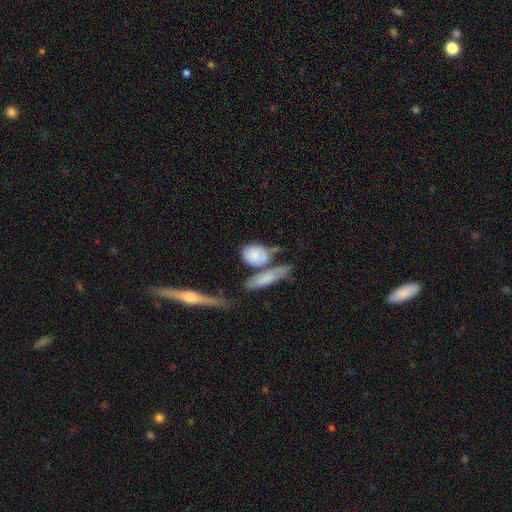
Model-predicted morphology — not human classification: A smooth galaxy with no disk features (72%) that is in between round and cigar-shaped (53%). Merging: none (41%).